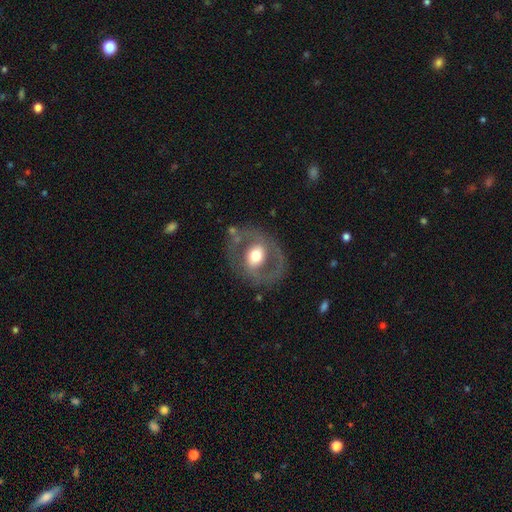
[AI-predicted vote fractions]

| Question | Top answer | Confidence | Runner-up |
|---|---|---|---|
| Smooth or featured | featured or disk | 63% | smooth (31%) |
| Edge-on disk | no | 95% | yes (5%) |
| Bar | no | 51% | weak (31%) |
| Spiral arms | no | 60% | yes (40%) |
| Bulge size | moderate | 59% | large (32%) |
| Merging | none | 72% | minor disturbance (14%) |